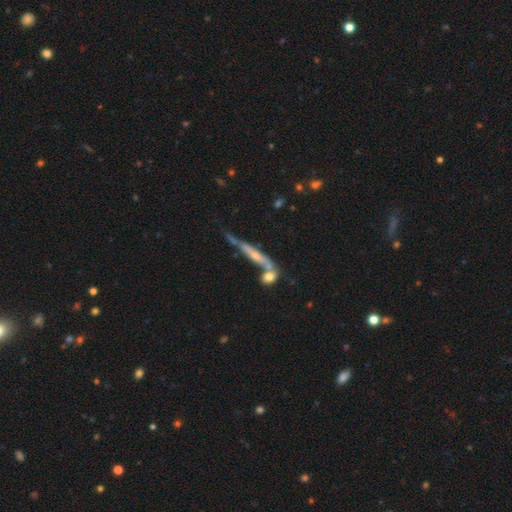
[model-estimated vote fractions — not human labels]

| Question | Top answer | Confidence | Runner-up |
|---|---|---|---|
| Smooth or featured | featured or disk | 66% | smooth (26%) |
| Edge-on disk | yes | 84% | no (16%) |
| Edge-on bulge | rounded | 60% | none (31%) |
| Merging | none | 48% | merger (27%) |